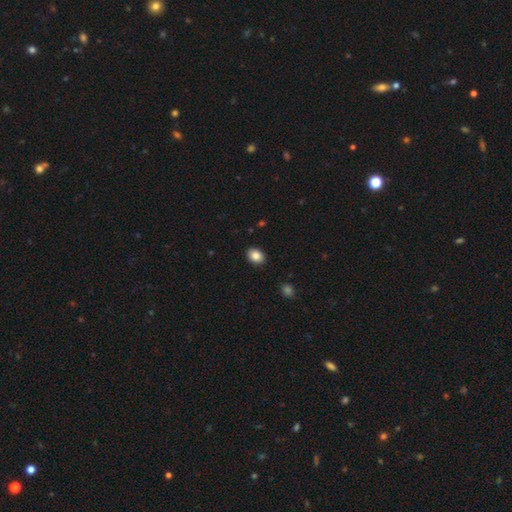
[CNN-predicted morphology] A smooth galaxy with no disk features (86%) that is in between round and cigar-shaped (64%).

Vote fractions:
- Smooth or featured? smooth: 86% / star or artifact: 8% / featured or disk: 6%
- How rounded? in between: 64% / round: 35% / cigar-shaped: 1%
- Merging? none: 90% / minor disturbance: 7% / major disturbance: 2% / merger: 1%